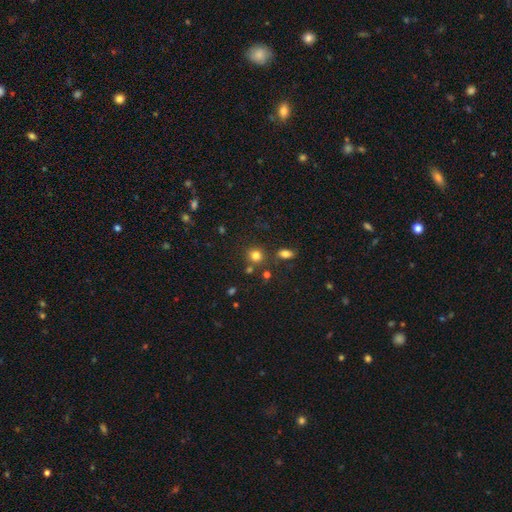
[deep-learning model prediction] Overall: smooth (77%). How rounded: round (84%). Merging: none (75%).